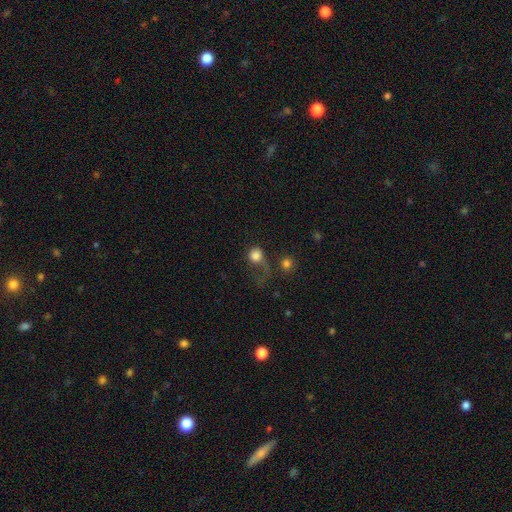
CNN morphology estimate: Overall: smooth (76%). How rounded: round (78%). Merging: major disturbance (44%; none 26%).